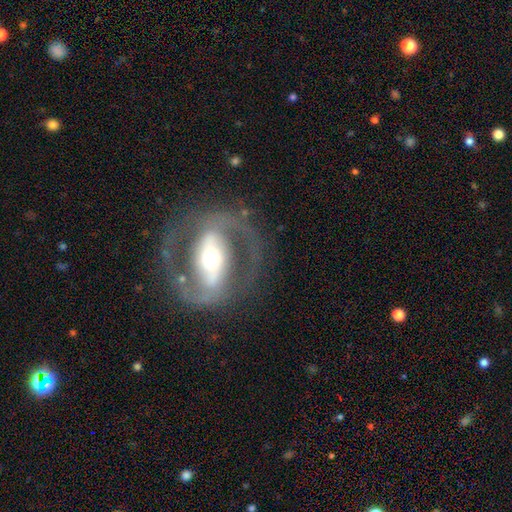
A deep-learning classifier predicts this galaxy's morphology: This appears to be a featured or disk galaxy (87%) with a strong bar (55%), 2 (90%) medium (53%) spiral arms (85%) and a moderate central bulge (59%). Merging: none (79%).